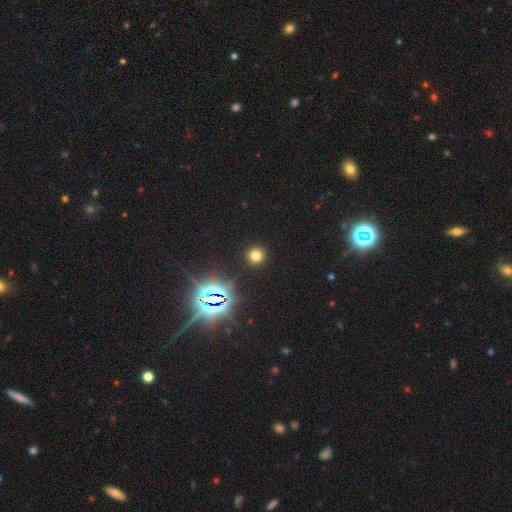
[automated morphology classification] Overall: smooth (69%). How rounded: round (94%). Merging: none (92%).